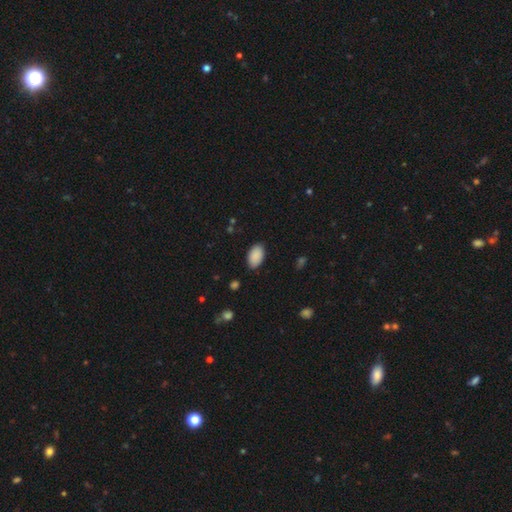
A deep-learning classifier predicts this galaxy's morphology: smooth_or_featured: smooth (p=0.90) [alt: star or artifact p=0.07]
how_rounded: in between (p=0.94) [alt: round p=0.05]
merging: none (p=0.85) [alt: minor disturbance p=0.11]